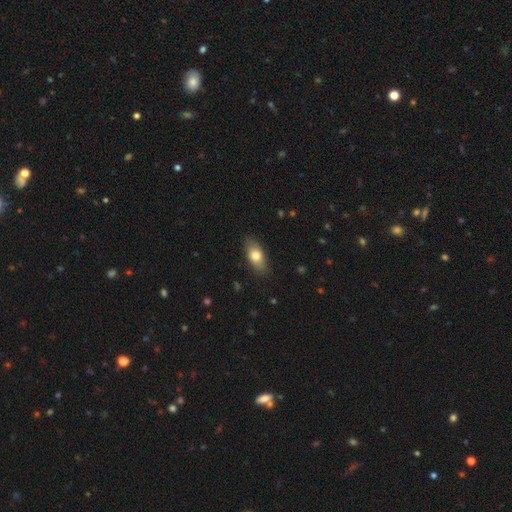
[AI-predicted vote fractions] Overall: smooth (75%). How rounded: in between (86%). Merging: none (85%).